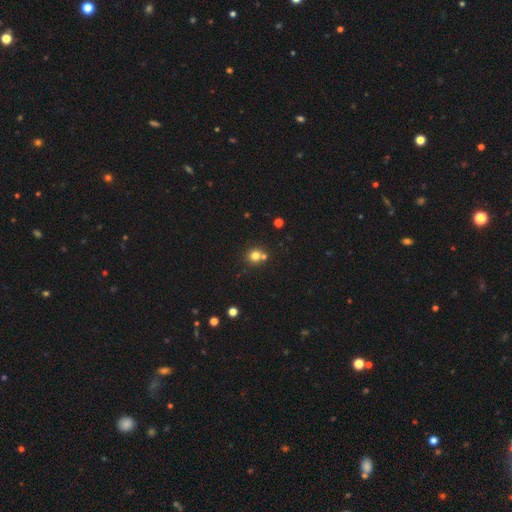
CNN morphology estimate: Smooth or featured?
  - smooth: 77% *
  - star or artifact: 15%
  - featured or disk: 9%
How rounded?
  - round: 89% *
  - in between: 10%
  - cigar-shaped: 1%
Merging?
  - none: 63% *
  - merger: 27%
  - minor disturbance: 8%
  - major disturbance: 3%